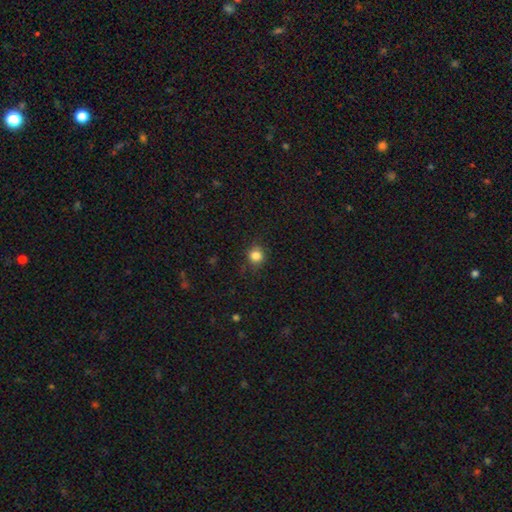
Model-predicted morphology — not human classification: This appears to be a smooth galaxy with no disk features (84%) that is round (85%). Merging: none (82%).